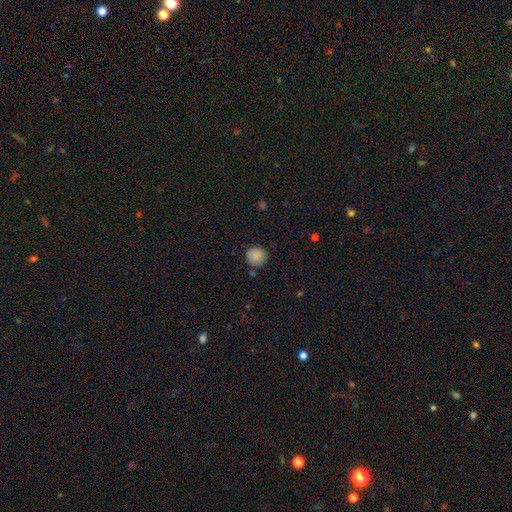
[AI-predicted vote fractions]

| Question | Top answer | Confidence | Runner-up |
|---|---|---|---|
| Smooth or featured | smooth | 87% | star or artifact (9%) |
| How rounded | round | 92% | in between (7%) |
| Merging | none | 83% | minor disturbance (11%) |